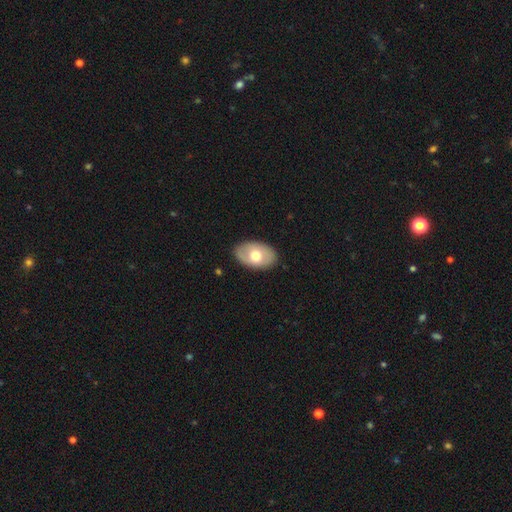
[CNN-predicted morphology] Q: Smooth or featured?
A: smooth (58%); runner-up: featured or disk (36%)
Q: How rounded?
A: in between (89%); runner-up: round (10%)
Q: Merging?
A: none (85%); runner-up: minor disturbance (11%)